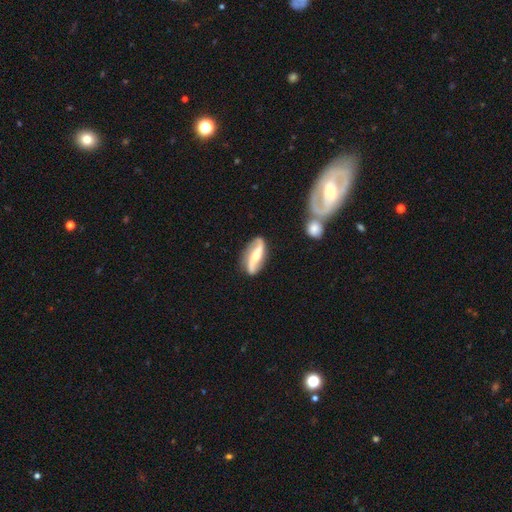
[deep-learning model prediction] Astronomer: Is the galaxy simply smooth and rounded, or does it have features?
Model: featured or disk — 80%.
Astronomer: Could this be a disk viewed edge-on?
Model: no — 86%.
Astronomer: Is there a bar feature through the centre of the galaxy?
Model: strong — 51%.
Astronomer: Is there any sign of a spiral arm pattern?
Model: yes — 92%.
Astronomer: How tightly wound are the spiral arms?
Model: loose — 68%.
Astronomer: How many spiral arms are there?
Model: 2 — 92%.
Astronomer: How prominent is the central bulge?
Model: moderate — 55% (runner-up: small, 33%).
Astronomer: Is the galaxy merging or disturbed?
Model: none — 79%.